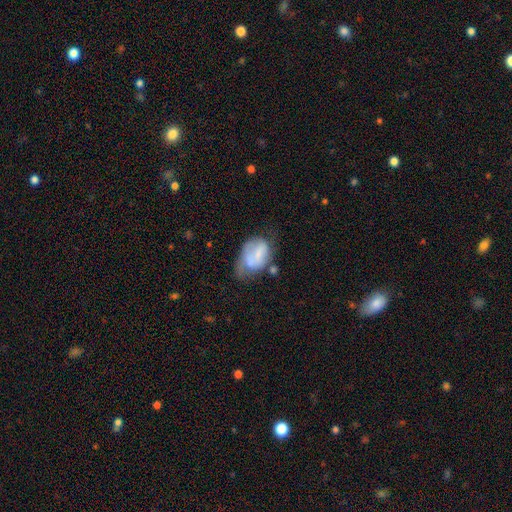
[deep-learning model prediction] Smooth or featured? Predicted: smooth (p=0.56). How rounded? Predicted: in between (p=0.78). Merging? Predicted: minor disturbance (p=0.33).